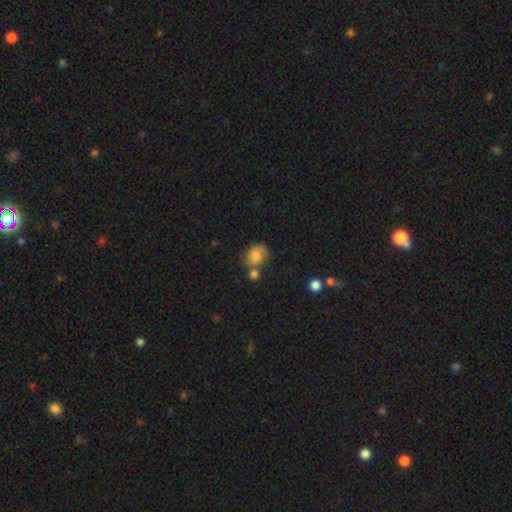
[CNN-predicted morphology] A smooth galaxy with no disk features (70%) that is round (53%). Merging: none (46%).